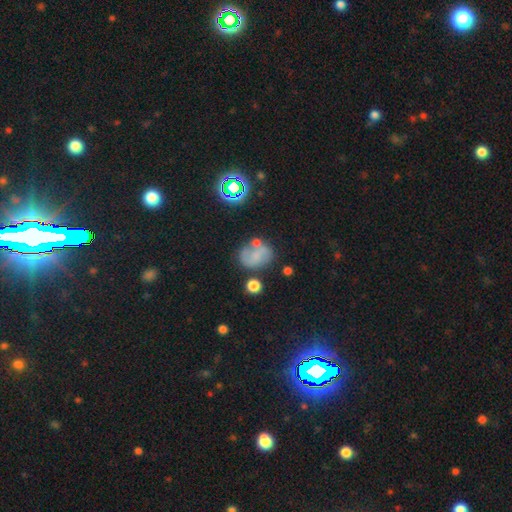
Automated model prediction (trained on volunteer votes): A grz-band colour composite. It shows a smooth galaxy with no disk features (49%). Merging: none (52%).